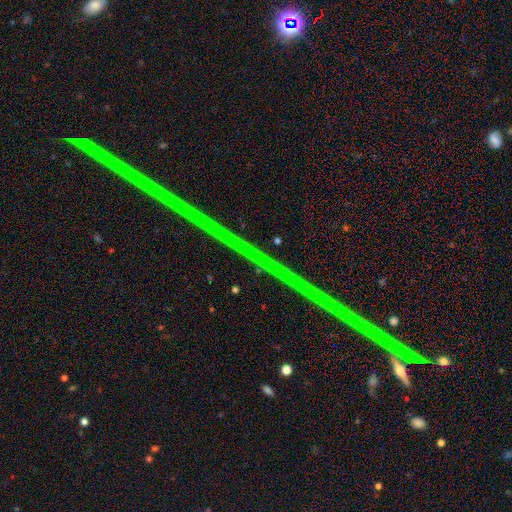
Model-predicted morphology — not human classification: This is clearly a star or artifact rather than a galaxy (88%).